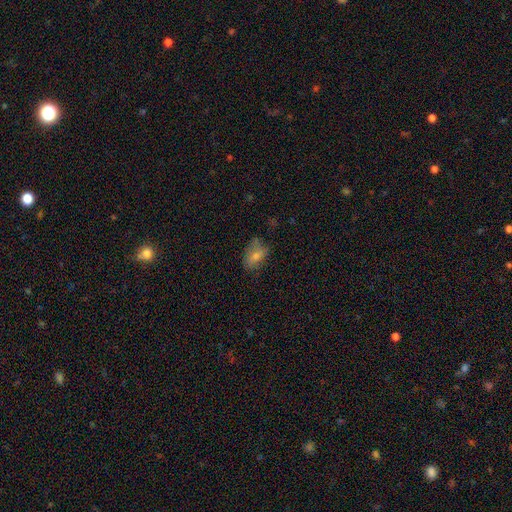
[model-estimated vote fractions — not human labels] A smooth galaxy with no disk features (61%) that is in between round and cigar-shaped (80%).

Vote fractions:
- Smooth or featured? smooth: 61% / featured or disk: 23% / star or artifact: 16%
- How rounded? in between: 80% / round: 16% / cigar-shaped: 4%
- Merging? none: 67% / minor disturbance: 24% / major disturbance: 7% / merger: 3%